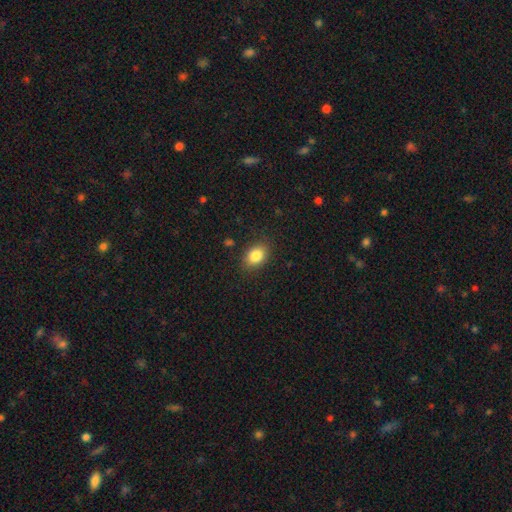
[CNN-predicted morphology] A smooth galaxy with no disk features (85%) that is in between round and cigar-shaped (76%).

Vote fractions:
- Smooth or featured? smooth: 85% / star or artifact: 9% / featured or disk: 7%
- How rounded? in between: 76% / round: 23% / cigar-shaped: 1%
- Merging? none: 85% / minor disturbance: 11% / major disturbance: 3% / merger: 1%